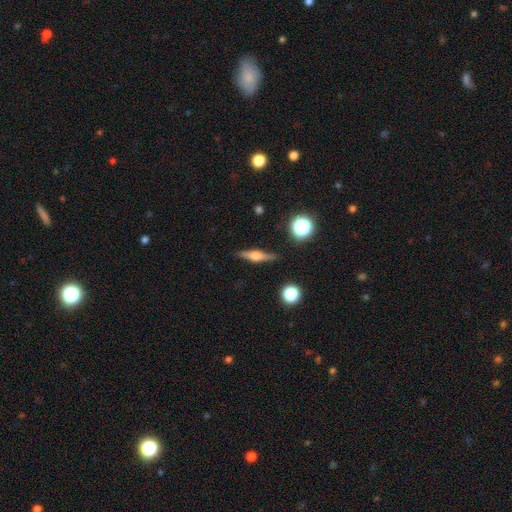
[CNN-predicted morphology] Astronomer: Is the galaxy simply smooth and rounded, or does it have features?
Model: featured or disk — 61%.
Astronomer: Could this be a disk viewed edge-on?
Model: yes — 95%.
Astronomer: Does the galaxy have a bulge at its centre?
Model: rounded — 89%.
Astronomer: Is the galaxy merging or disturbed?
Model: none — 87%.